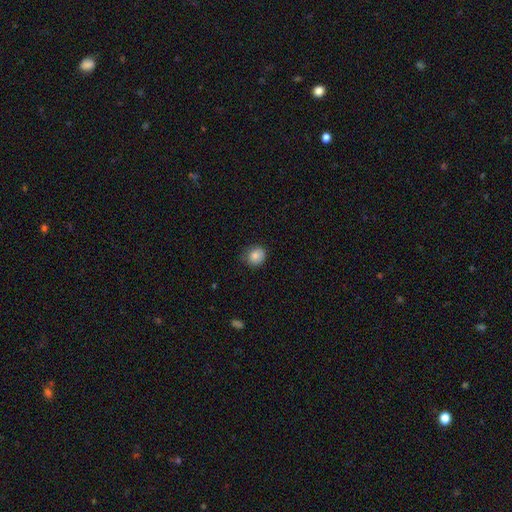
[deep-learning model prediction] smooth-or-featured: smooth: 81% | featured or disk: 10% | star or artifact: 9%
  how-rounded: round: 74% | in between: 25% | cigar-shaped: 1%
  merging: none: 72% | minor disturbance: 23% | major disturbance: 4% | merger: 1%